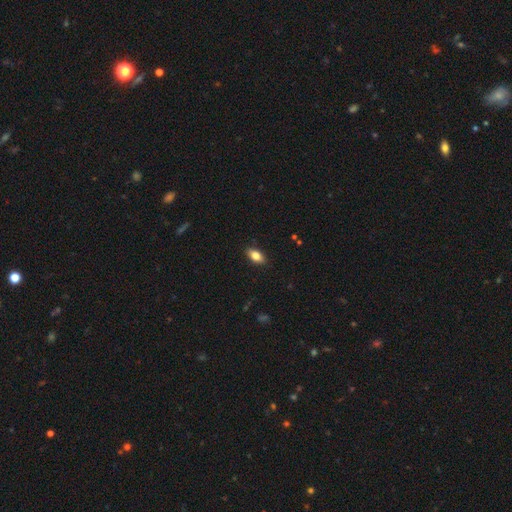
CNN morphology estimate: Q: Smooth or featured?
A: smooth (81%); runner-up: featured or disk (11%)
Q: How rounded?
A: in between (89%); runner-up: cigar-shaped (6%)
Q: Merging?
A: none (88%); runner-up: minor disturbance (9%)